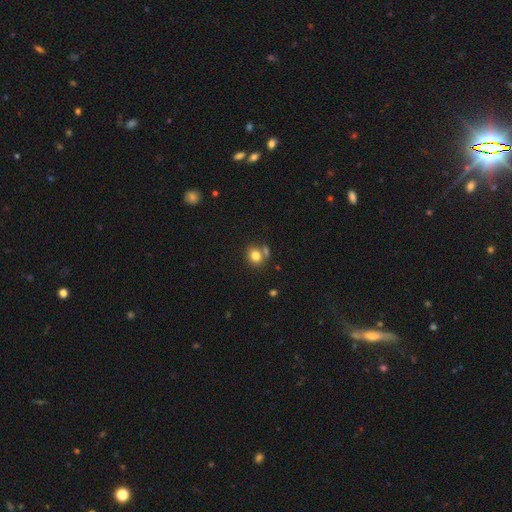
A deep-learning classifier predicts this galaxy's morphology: A smooth galaxy with no disk features (80%) that is round (73%).

Vote fractions:
- Smooth or featured? smooth: 80% / star or artifact: 11% / featured or disk: 9%
- How rounded? round: 73% / in between: 26% / cigar-shaped: 1%
- Merging? none: 63% / merger: 20% / minor disturbance: 12% / major disturbance: 4%